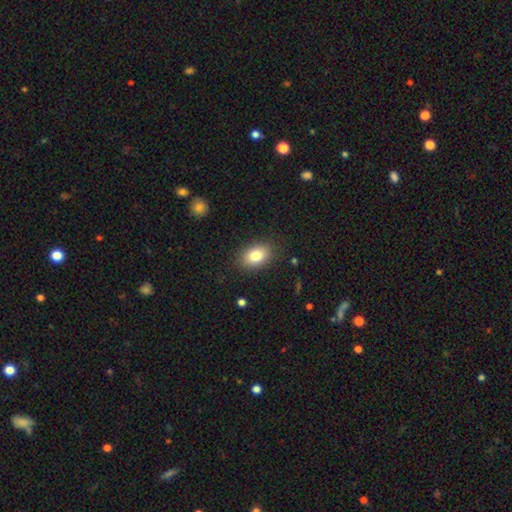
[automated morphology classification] A smooth galaxy with no disk features (81%) that is in between round and cigar-shaped (80%). Merging: none (85%).